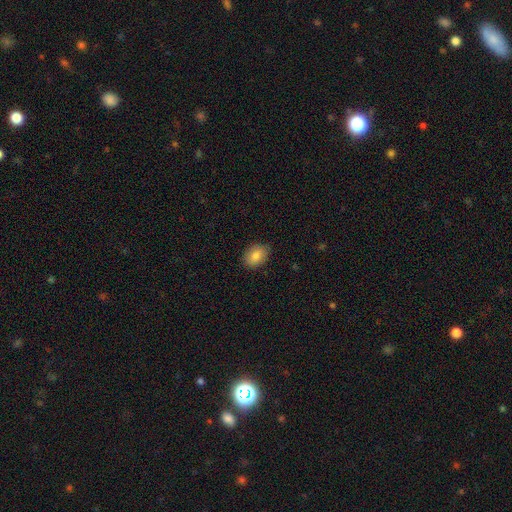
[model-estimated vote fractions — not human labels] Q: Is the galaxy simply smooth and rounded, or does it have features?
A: smooth — 85%.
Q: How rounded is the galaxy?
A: in between — 75%.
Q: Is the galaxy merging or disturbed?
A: none — 86%.